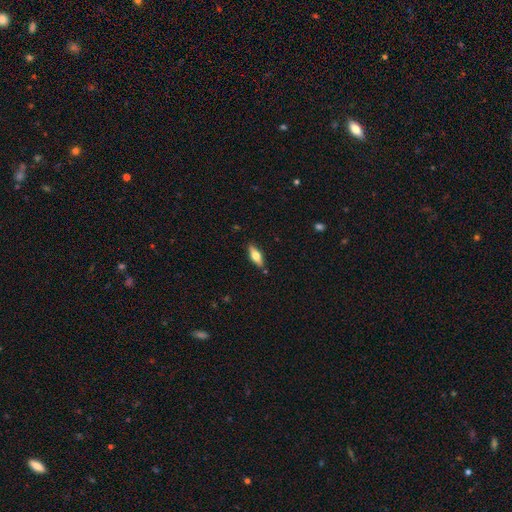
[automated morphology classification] smooth-or-featured: smooth: 54% | featured or disk: 39% | star or artifact: 6%
  how-rounded: in between: 63% | cigar-shaped: 35% | round: 3%
  merging: none: 86% | minor disturbance: 10% | major disturbance: 2% | merger: 2%